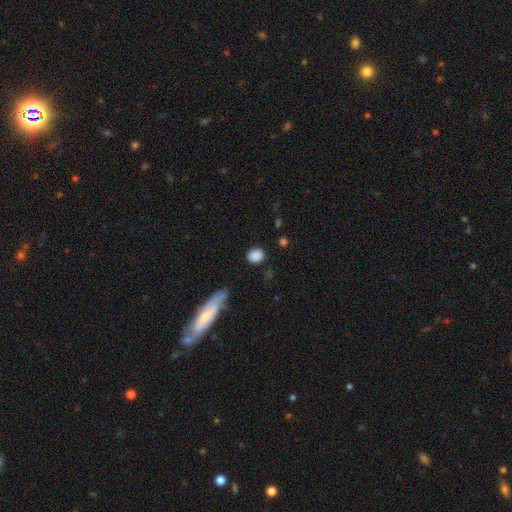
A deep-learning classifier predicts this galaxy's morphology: smooth 86%, star or artifact 9%, featured or disk 5%. Down the decision tree: how rounded — round (49%, tied with in between); merging — none (80%).